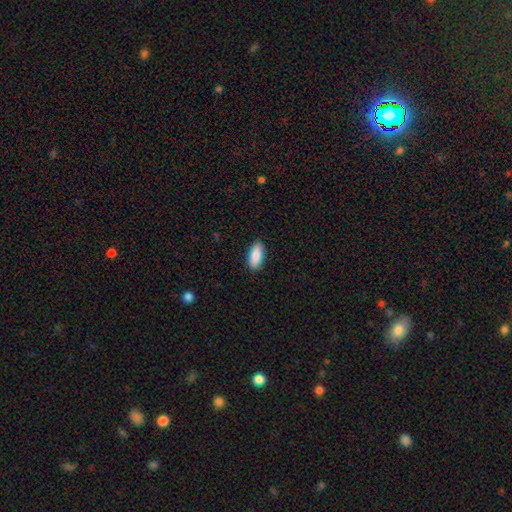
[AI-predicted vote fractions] Smooth or featured?
  - smooth: 88% *
  - featured or disk: 6%
  - star or artifact: 6%
How rounded?
  - in between: 87% *
  - cigar-shaped: 11%
  - round: 2%
Merging?
  - none: 89% *
  - minor disturbance: 9%
  - major disturbance: 2%
  - merger: 1%